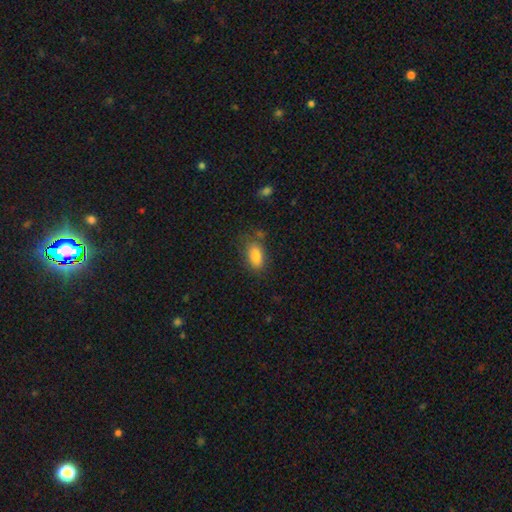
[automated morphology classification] Smooth or featured? Predicted: smooth (p=0.85). How rounded? Predicted: in between (p=0.90). Merging? Predicted: none (p=0.72).